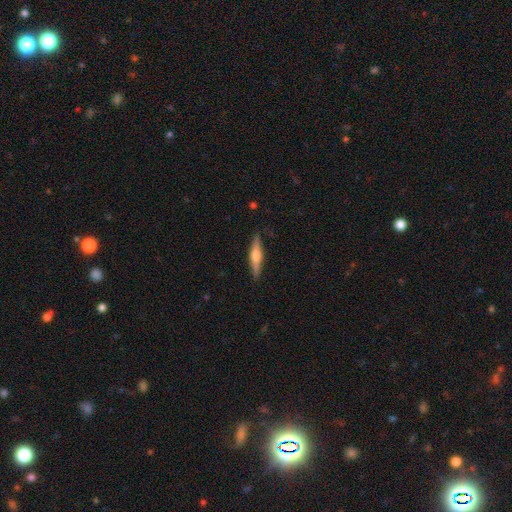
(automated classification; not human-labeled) A featured or disk galaxy (59%) viewed edge-on (97%) with a rounded central bulge (88%). Merging: none (89%).